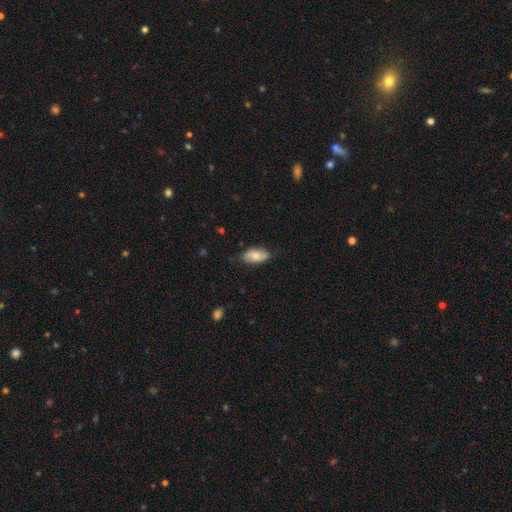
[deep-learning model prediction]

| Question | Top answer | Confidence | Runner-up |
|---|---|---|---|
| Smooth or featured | smooth | 72% | featured or disk (21%) |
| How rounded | in between | 93% | cigar-shaped (4%) |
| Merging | none | 77% | minor disturbance (19%) |